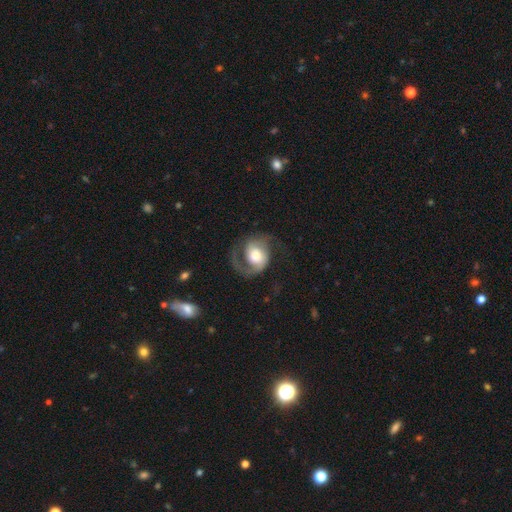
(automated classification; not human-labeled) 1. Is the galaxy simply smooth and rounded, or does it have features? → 76% featured or disk, 18% smooth, 6% star or artifact.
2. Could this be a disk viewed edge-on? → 98% no, 2% yes.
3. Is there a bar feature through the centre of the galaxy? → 60% no, 30% weak, 10% strong.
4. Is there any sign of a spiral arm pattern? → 93% yes, 7% no.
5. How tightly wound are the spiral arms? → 47% medium, 34% loose, 19% tight.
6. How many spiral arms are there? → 71% 2, 22% 1, 4% can't tell, 2% 3, 1% 4, 1% more than 4.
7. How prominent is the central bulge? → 49% moderate, 35% large, 8% small, 6% dominant, 2% none.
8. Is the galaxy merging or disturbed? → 56% none, 25% major disturbance, 17% minor disturbance, 2% merger.